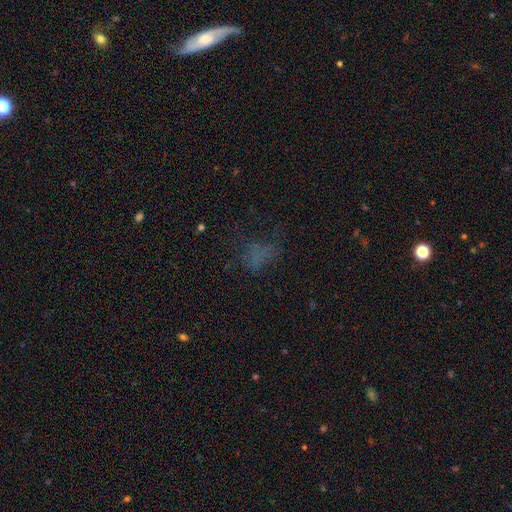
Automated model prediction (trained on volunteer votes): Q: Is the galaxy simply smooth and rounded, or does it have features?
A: smooth — 47%.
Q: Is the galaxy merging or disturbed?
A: none — 46%.